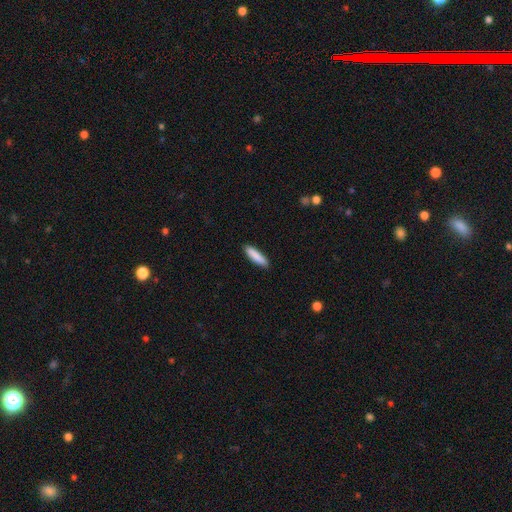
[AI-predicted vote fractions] smooth_or_featured: smooth (p=0.88) [alt: featured or disk p=0.06]
how_rounded: cigar-shaped (p=0.74) [alt: in between p=0.25]
merging: none (p=0.90) [alt: minor disturbance p=0.07]